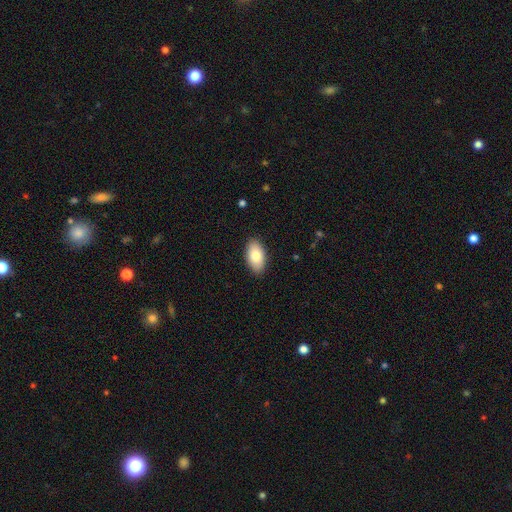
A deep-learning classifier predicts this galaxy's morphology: Overall: smooth (82%). How rounded: in between (94%). Merging: none (88%).